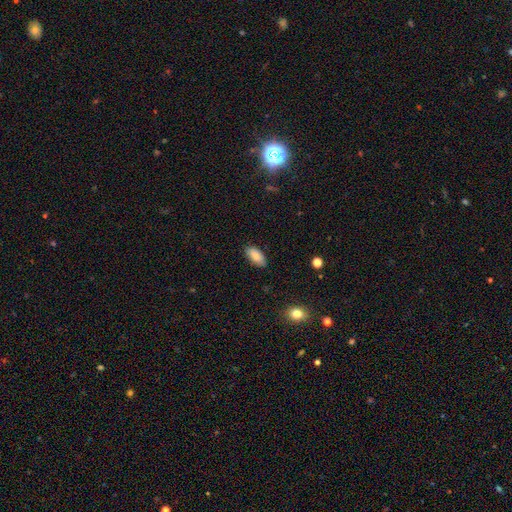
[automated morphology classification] A smooth galaxy with no disk features (84%) that is in between round and cigar-shaped (91%).

Vote fractions:
- Smooth or featured? smooth: 84% / featured or disk: 8% / star or artifact: 7%
- How rounded? in between: 91% / cigar-shaped: 7% / round: 2%
- Merging? none: 85% / minor disturbance: 11% / major disturbance: 2% / merger: 1%